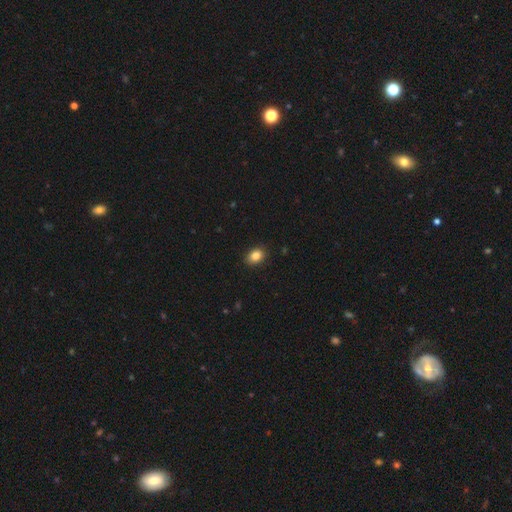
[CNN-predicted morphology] Smooth or featured?
  - smooth: 85% *
  - star or artifact: 9%
  - featured or disk: 5%
How rounded?
  - in between: 72% *
  - round: 27%
  - cigar-shaped: 1%
Merging?
  - none: 89% *
  - minor disturbance: 8%
  - major disturbance: 2%
  - merger: 1%